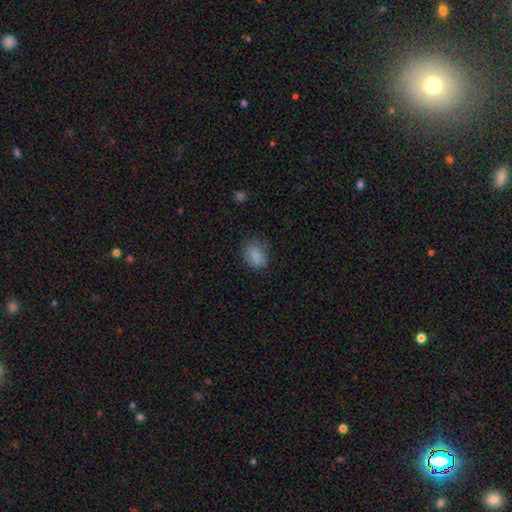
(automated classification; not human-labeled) Smooth or featured: smooth — 85% (star or artifact — 9%)
How rounded: in between — 65% (round — 34%)
Merging: none — 76% (minor disturbance — 18%)